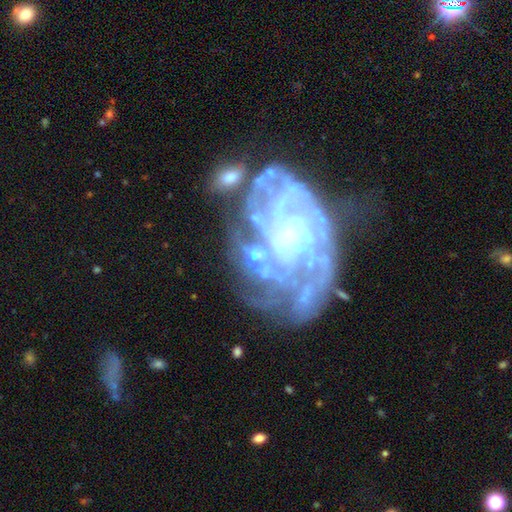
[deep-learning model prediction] Smooth or featured?
  - featured or disk: 72% *
  - star or artifact: 16%
  - smooth: 12%
Edge-on disk?
  - no: 96% *
  - yes: 4%
Bar?
  - no: 57% *
  - weak: 25%
  - strong: 19%
Spiral arms?
  - yes: 65% *
  - no: 35%
Bulge size?
  - moderate: 41% *
  - small: 25%
  - none: 19%
  - large: 12%
  - dominant: 3%
Merging?
  - merger: 39% *
  - major disturbance: 28%
  - none: 22%
  - minor disturbance: 11%